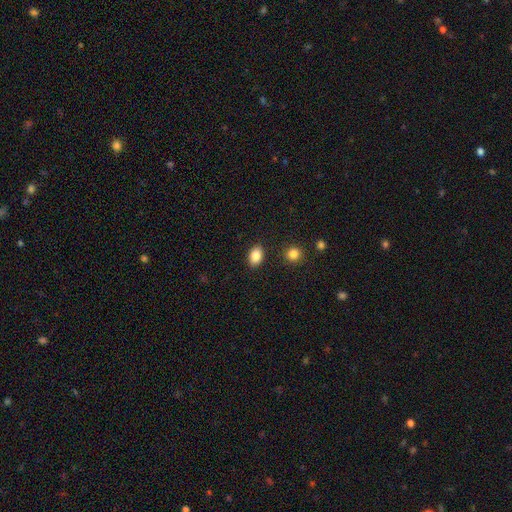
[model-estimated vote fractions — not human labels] Morphology: type=smooth (86%); roundness=in between (85%); merging=none (88%).